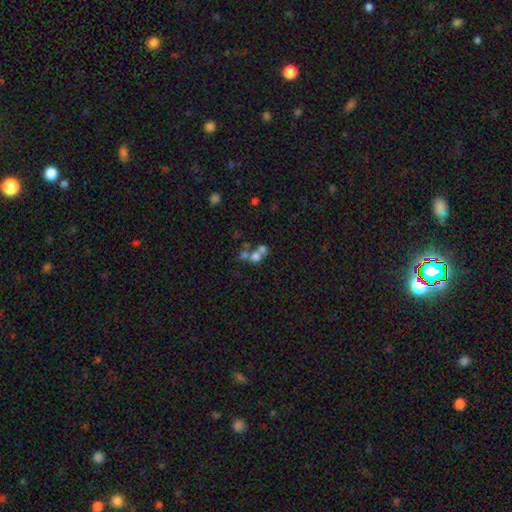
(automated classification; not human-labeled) smooth 63%, featured or disk 21%, star or artifact 16%. Down the decision tree: how rounded — round (77%); merging — merger (57%).